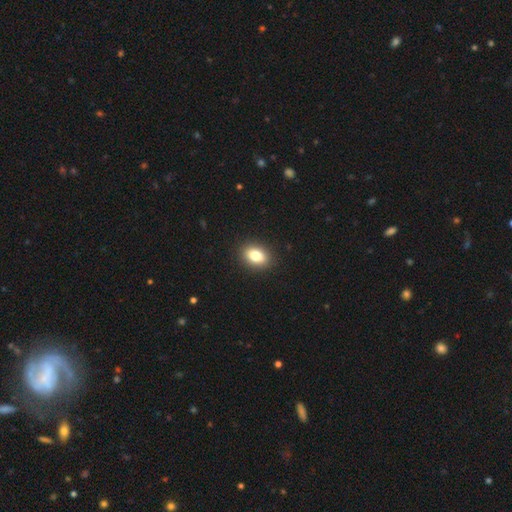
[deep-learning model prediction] Smooth or featured?
  - smooth: 80% *
  - featured or disk: 11%
  - star or artifact: 9%
How rounded?
  - in between: 75% *
  - round: 24%
  - cigar-shaped: 1%
Merging?
  - none: 91% *
  - minor disturbance: 6%
  - major disturbance: 2%
  - merger: 1%